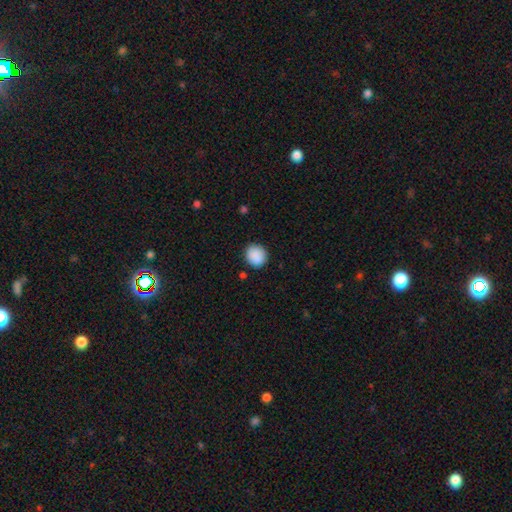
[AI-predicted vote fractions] smooth-or-featured: smooth: 89% | star or artifact: 7% | featured or disk: 3%
  how-rounded: round: 85% | in between: 14% | cigar-shaped: 1%
  merging: none: 86% | minor disturbance: 10% | major disturbance: 3% | merger: 2%